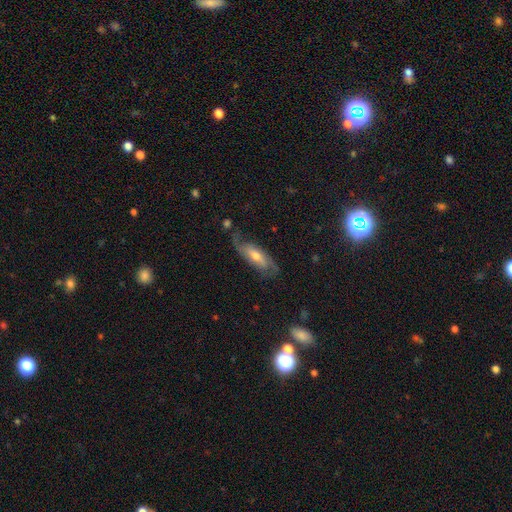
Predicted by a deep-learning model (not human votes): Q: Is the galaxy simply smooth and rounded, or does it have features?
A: featured or disk — 67%.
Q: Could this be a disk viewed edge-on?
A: no — 81%.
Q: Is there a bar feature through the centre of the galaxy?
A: no — 46%.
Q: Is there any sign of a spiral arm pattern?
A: yes — 88%.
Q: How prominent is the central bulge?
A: moderate — 60%.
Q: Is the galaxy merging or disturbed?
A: none — 65%.